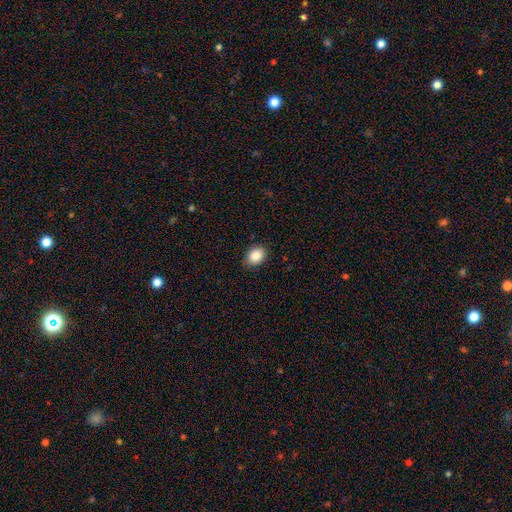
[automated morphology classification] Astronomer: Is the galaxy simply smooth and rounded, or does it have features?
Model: smooth — 86%.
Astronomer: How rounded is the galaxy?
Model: in between — 65%.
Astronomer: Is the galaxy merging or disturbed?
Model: none — 86%.